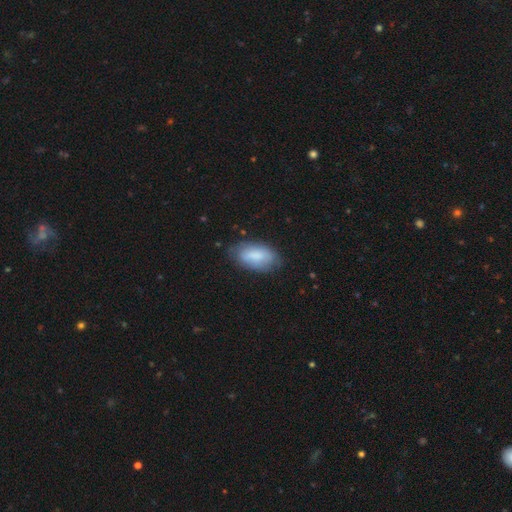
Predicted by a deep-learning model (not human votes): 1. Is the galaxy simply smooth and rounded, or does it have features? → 78% smooth, 16% featured or disk, 6% star or artifact.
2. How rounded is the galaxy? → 94% in between, 4% cigar-shaped, 3% round.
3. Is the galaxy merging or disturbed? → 70% none, 23% minor disturbance, 5% major disturbance, 2% merger.